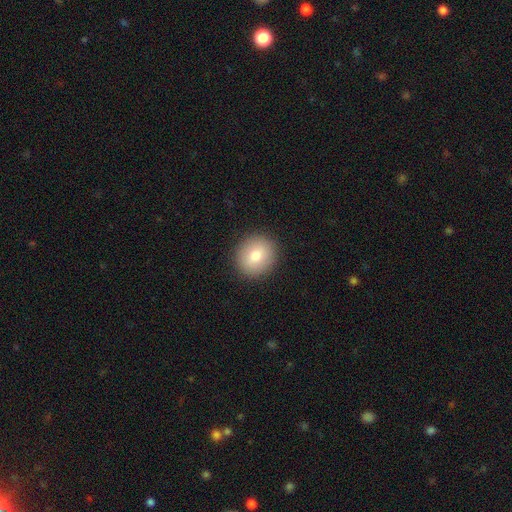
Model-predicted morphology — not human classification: Smooth or featured: smooth — 79% (featured or disk — 12%)
How rounded: round — 84% (in between — 15%)
Merging: none — 91% (minor disturbance — 6%)